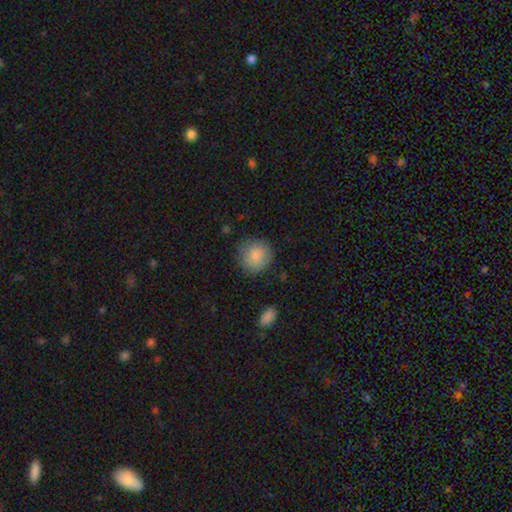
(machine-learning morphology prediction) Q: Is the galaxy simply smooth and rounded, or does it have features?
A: smooth — 84%.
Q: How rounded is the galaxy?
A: round — 88%.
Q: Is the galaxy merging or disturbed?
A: none — 77%.